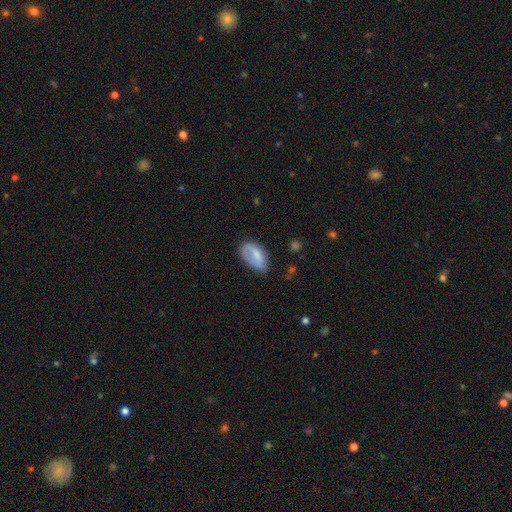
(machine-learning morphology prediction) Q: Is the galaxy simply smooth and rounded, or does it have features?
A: smooth — 72%.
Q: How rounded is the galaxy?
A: in between — 92%.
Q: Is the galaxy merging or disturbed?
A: none — 53%.